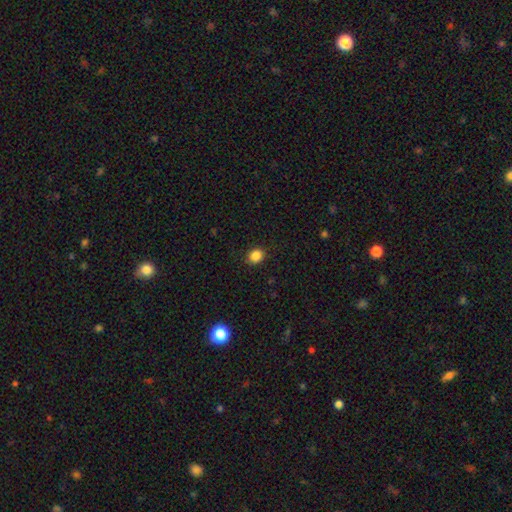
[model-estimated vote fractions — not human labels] Morphology: type=smooth (86%); roundness=round (69%); merging=none (89%).